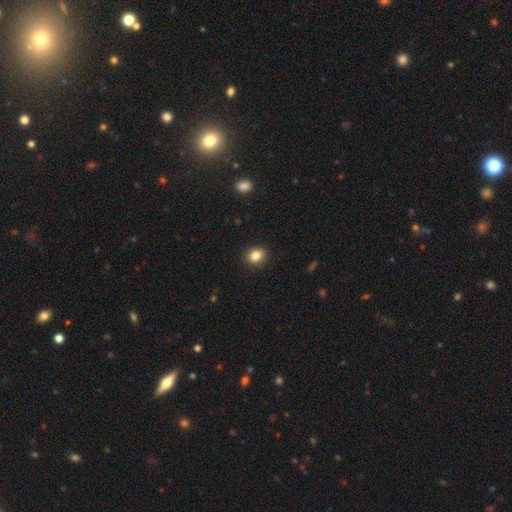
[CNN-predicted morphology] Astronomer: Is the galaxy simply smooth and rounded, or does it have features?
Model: smooth — 85%.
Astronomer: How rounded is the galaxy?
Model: in between — 52% (runner-up: round, 47%).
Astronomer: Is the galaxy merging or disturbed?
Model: none — 89%.